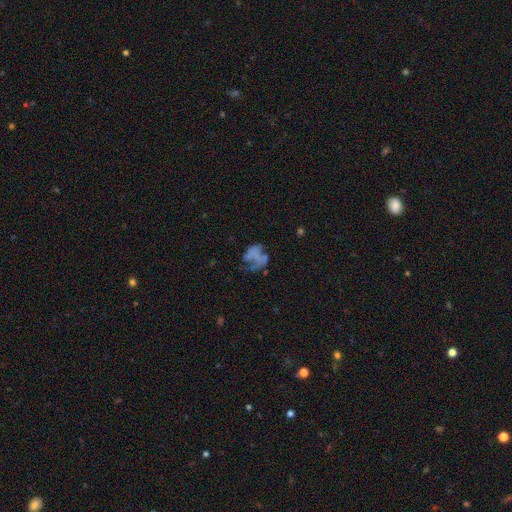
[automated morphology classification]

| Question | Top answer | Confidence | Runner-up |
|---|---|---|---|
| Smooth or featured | featured or disk | 50% | smooth (35%) |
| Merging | major disturbance | 44% | none (28%) |